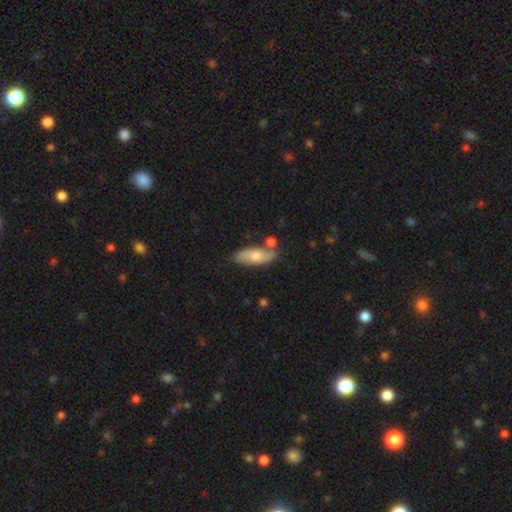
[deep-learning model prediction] A smooth galaxy with no disk features (57%) that is in between round and cigar-shaped (73%).

Vote fractions:
- Smooth or featured? smooth: 57% / featured or disk: 36% / star or artifact: 6%
- How rounded? in between: 73% / cigar-shaped: 24% / round: 3%
- Merging? none: 72% / minor disturbance: 15% / merger: 10% / major disturbance: 3%